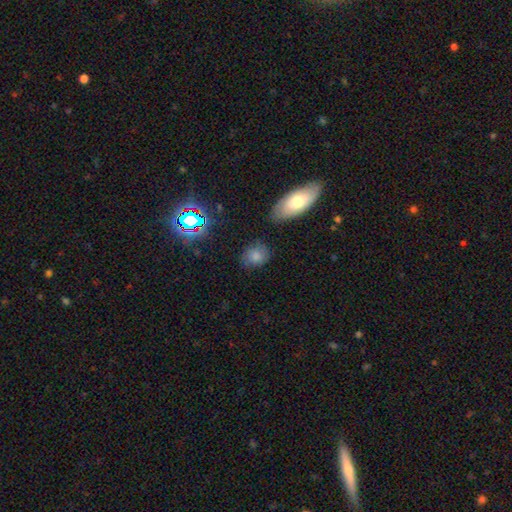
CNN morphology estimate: A smooth galaxy with no disk features (78%) that is round (56%).

Vote fractions:
- Smooth or featured? smooth: 78% / star or artifact: 13% / featured or disk: 9%
- How rounded? round: 56% / in between: 42% / cigar-shaped: 2%
- Merging? none: 75% / minor disturbance: 18% / major disturbance: 5% / merger: 3%